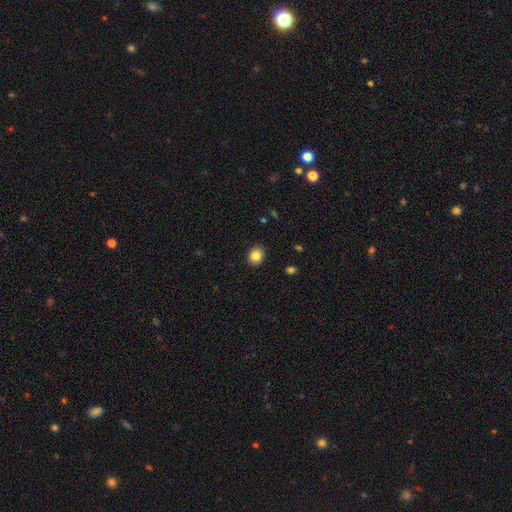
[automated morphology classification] This is clearly a smooth galaxy (85%). How rounded: likely round (60%). Merging: clearly none (90%).